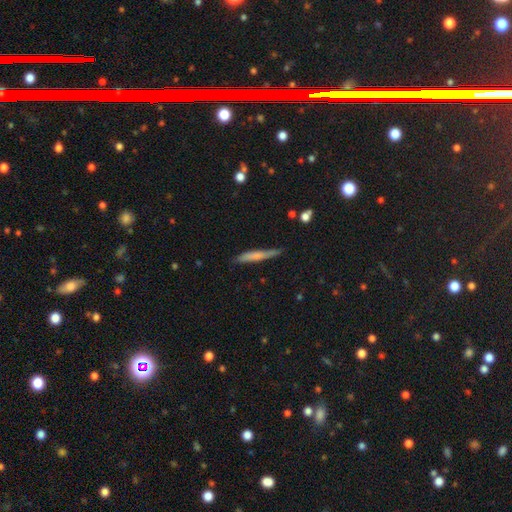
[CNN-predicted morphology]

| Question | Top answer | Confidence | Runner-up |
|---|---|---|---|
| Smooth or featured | smooth | 62% | featured or disk (32%) |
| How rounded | cigar-shaped | 94% | in between (5%) |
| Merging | none | 78% | minor disturbance (17%) |